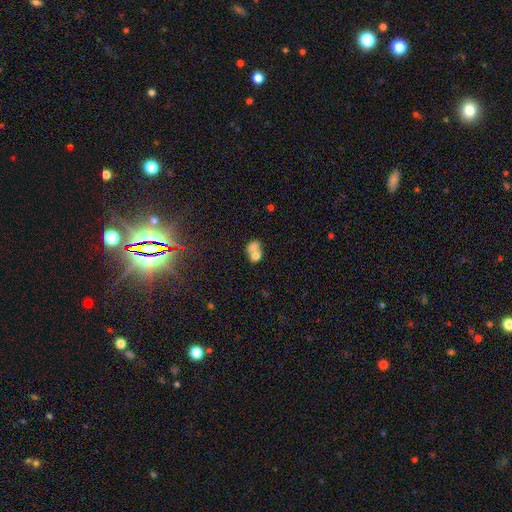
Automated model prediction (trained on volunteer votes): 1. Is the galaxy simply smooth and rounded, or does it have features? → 61% smooth, 21% featured or disk, 18% star or artifact.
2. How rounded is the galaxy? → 50% round, 48% in between, 2% cigar-shaped.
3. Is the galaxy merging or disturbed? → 63% merger, 26% none, 6% minor disturbance, 4% major disturbance.